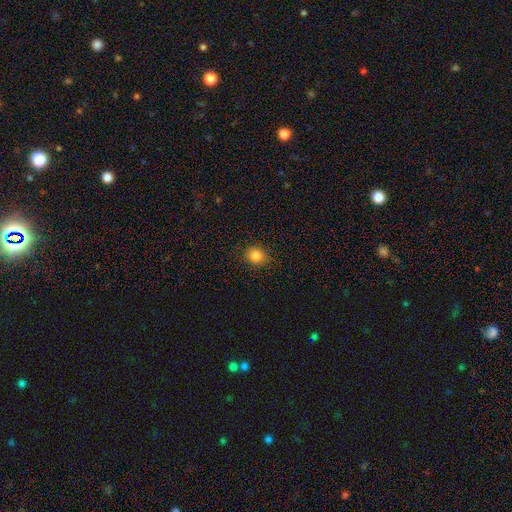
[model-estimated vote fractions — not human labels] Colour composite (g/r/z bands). It shows a smooth galaxy with no disk features (84%) that is round (81%). Merging: none (90%).